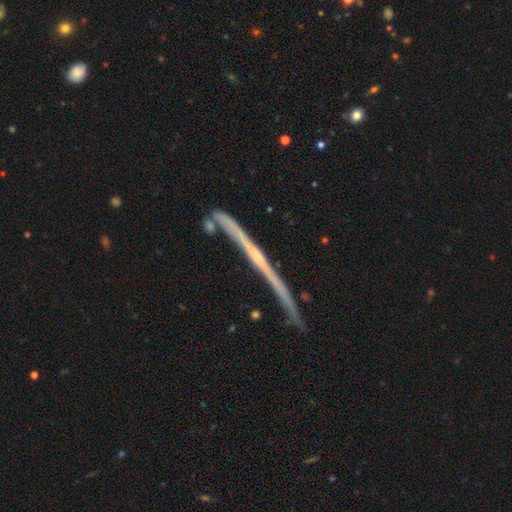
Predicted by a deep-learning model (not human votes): smooth-or-featured: featured or disk: 77% | smooth: 15% | star or artifact: 8%
  disk-edge-on: yes: 96% | no: 4%
    edge-on-bulge: none: 61% | rounded: 33% | boxy: 6%
  merging: none: 66% | minor disturbance: 20% | major disturbance: 7% | merger: 6%